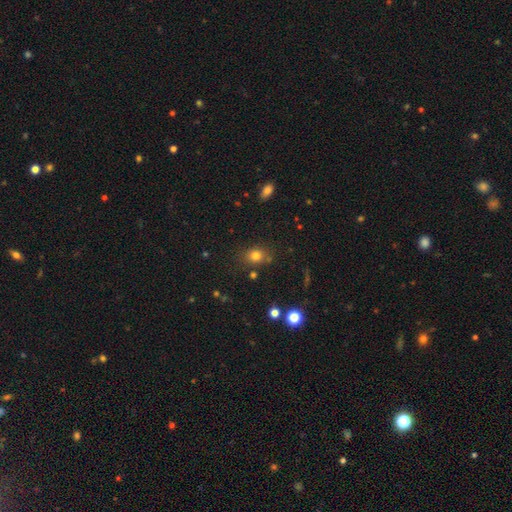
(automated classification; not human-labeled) A smooth galaxy with no disk features (76%) that is round (59%). Merging: none (79%).